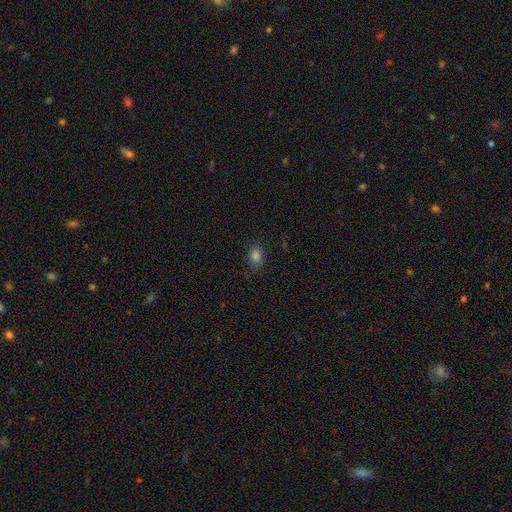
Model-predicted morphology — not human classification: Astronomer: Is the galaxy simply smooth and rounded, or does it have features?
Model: smooth — 81%.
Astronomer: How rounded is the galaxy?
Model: in between — 60% (runner-up: round, 39%).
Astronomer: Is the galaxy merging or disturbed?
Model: none — 81%.